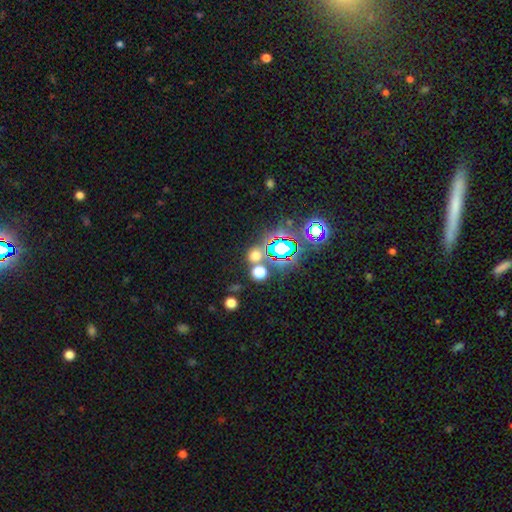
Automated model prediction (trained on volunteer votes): smooth 55%, star or artifact 37%, featured or disk 7%. Down the decision tree: how rounded — round (84%); merging — none (71%).